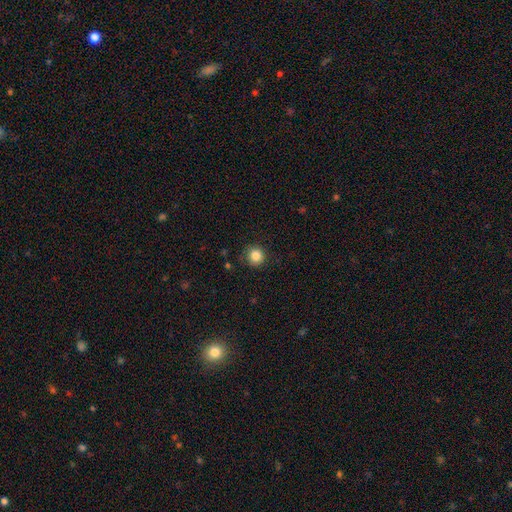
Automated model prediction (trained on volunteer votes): smooth-or-featured: smooth: 84% | star or artifact: 11% | featured or disk: 5%
  how-rounded: round: 94% | in between: 5% | cigar-shaped: 1%
  merging: none: 88% | minor disturbance: 8% | major disturbance: 2% | merger: 1%